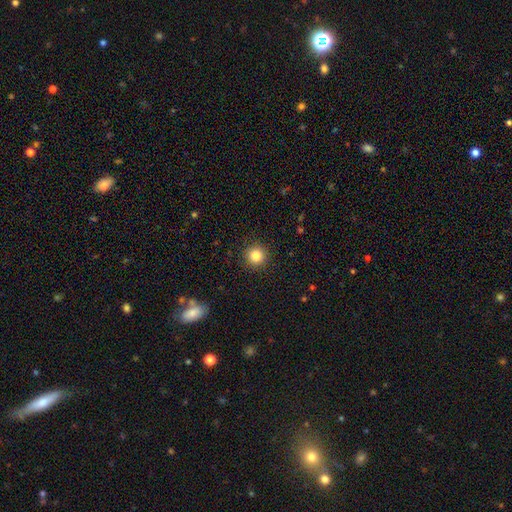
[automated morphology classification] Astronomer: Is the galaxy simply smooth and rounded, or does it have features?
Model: smooth — 84%.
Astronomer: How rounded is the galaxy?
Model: round — 94%.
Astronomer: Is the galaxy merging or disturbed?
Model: none — 91%.